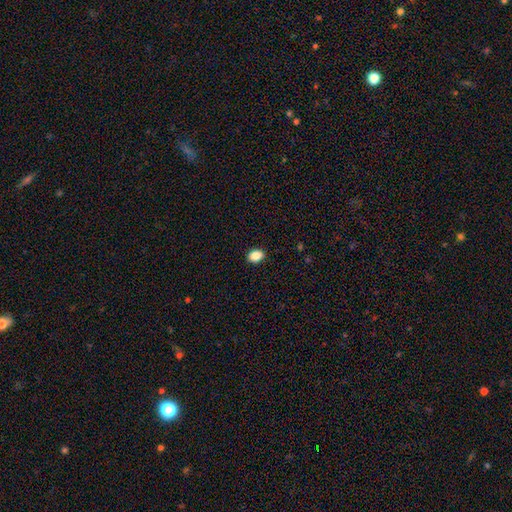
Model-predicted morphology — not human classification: Overall: smooth (88%). How rounded: in between (67%; round 32%). Merging: none (90%).